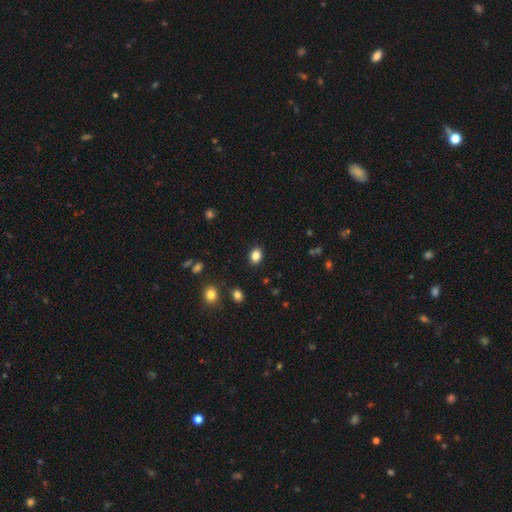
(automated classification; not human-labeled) Morphology: type=smooth (85%); roundness=in between (61%); merging=none (89%).